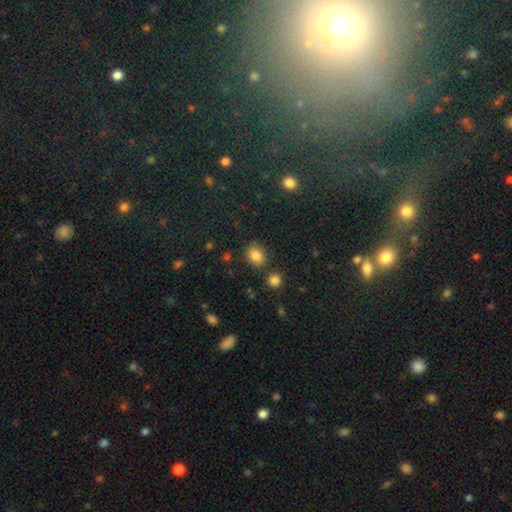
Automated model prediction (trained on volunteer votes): smooth_or_featured: smooth (p=0.83) [alt: star or artifact p=0.11]
how_rounded: in between (p=0.54) [alt: round p=0.44]
merging: none (p=0.78) [alt: minor disturbance p=0.13]